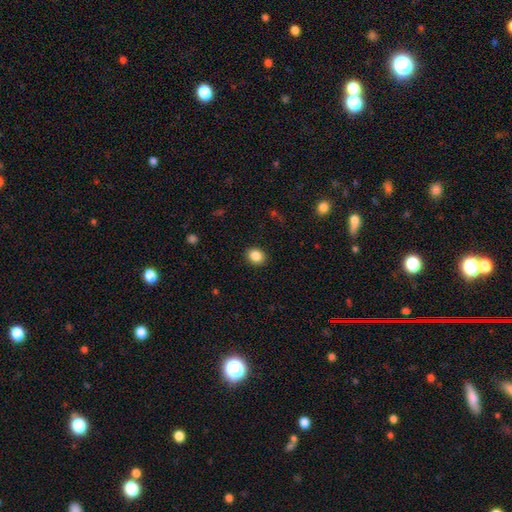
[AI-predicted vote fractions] Overall: smooth (86%). How rounded: round (55%; in between 45%). Merging: none (90%).